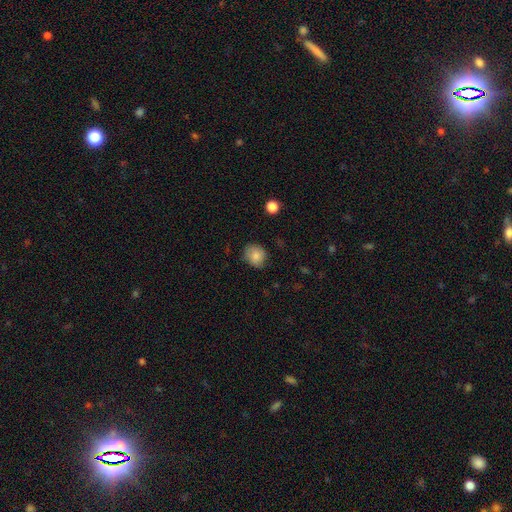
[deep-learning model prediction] Smooth or featured? smooth (82%)
How rounded? round (77%)
Merging? none (75%)